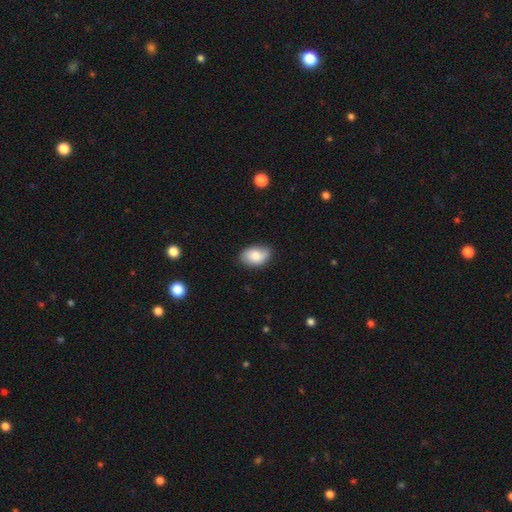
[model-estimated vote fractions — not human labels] A smooth galaxy with no disk features (79%) that is in between round and cigar-shaped (88%).

Vote fractions:
- Smooth or featured? smooth: 79% / featured or disk: 14% / star or artifact: 7%
- How rounded? in between: 88% / round: 11% / cigar-shaped: 1%
- Merging? none: 74% / minor disturbance: 21% / major disturbance: 3% / merger: 1%